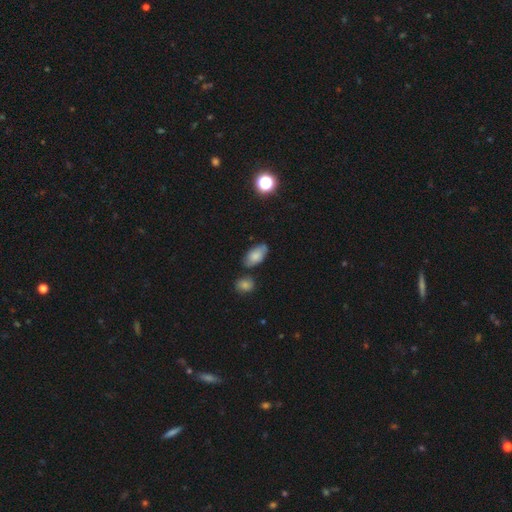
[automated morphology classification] Smooth or featured? smooth (77%)
How rounded? in between (92%)
Merging? none (69%)